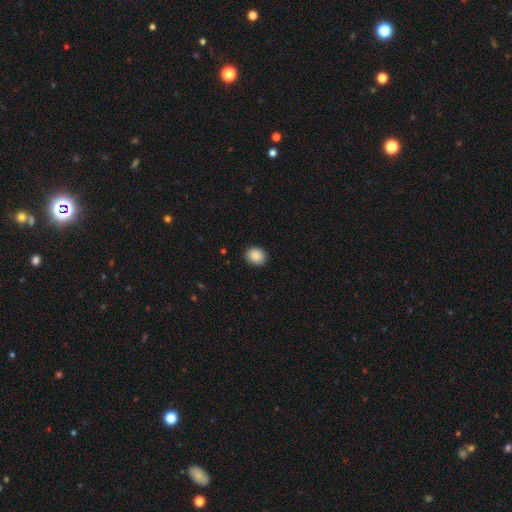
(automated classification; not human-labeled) smooth_or_featured: smooth (p=0.88) [alt: star or artifact p=0.08]
how_rounded: round (p=0.59) [alt: in between p=0.40]
merging: none (p=0.89) [alt: minor disturbance p=0.08]